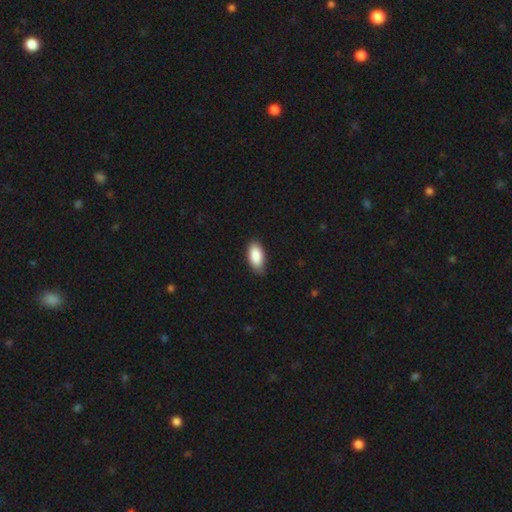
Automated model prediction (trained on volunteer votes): Overall: smooth (89%). How rounded: in between (94%). Merging: none (81%).